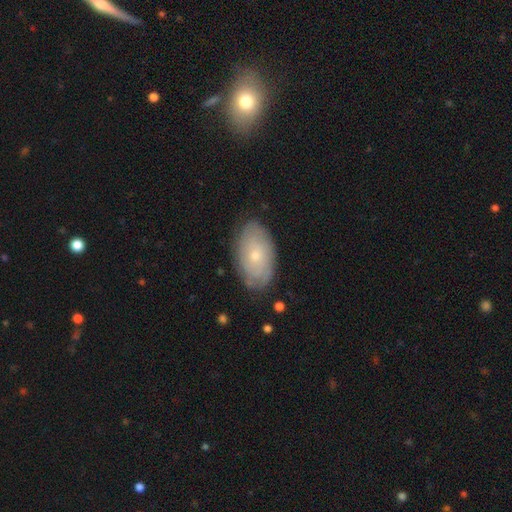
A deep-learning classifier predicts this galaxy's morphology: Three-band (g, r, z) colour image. It shows a featured or disk galaxy (53%). Merging: none (80%).